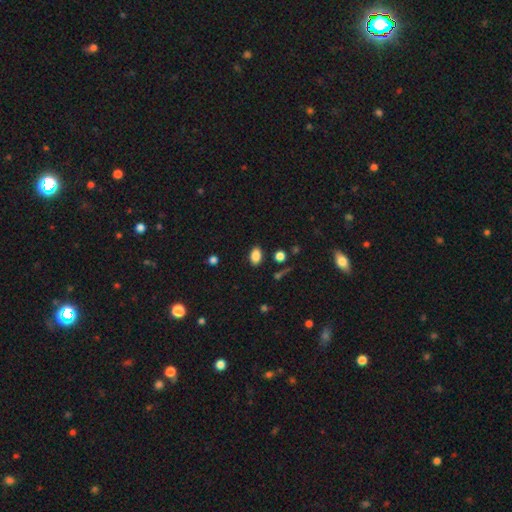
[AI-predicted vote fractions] Overall: smooth (85%). How rounded: in between (86%). Merging: none (85%).